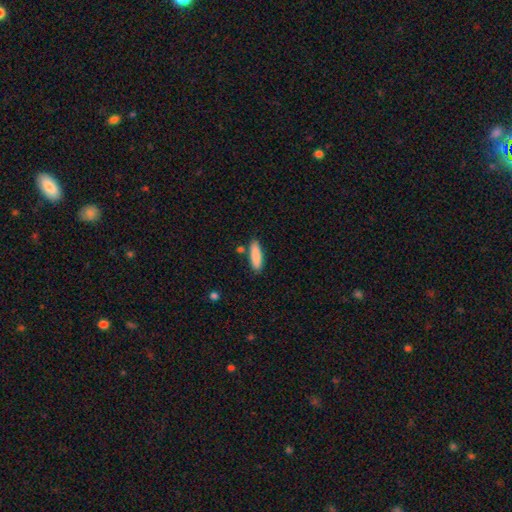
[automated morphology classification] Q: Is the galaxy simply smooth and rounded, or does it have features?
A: smooth — 87%.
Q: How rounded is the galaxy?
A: cigar-shaped — 50%.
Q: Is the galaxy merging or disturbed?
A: none — 81%.